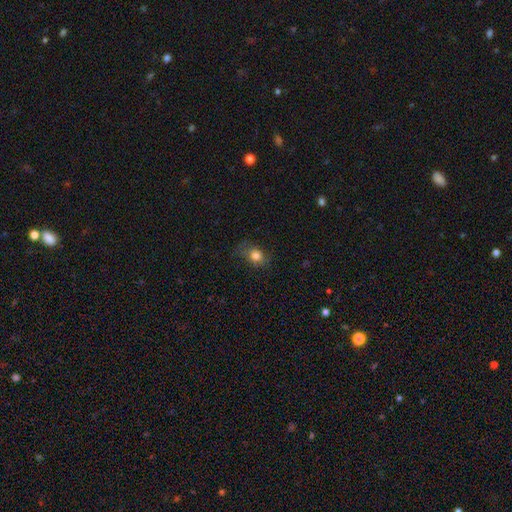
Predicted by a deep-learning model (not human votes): Overall: smooth (79%). How rounded: in between (55%; round 43%). Merging: none (64%; minor disturbance 25%).